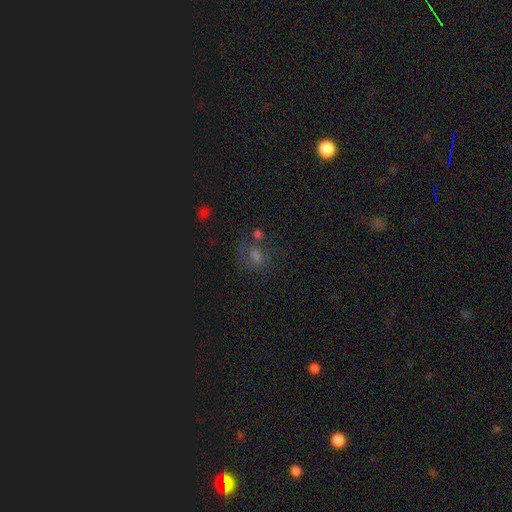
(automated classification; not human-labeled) smooth-or-featured: star or artifact: 40% | smooth: 37% | featured or disk: 22%